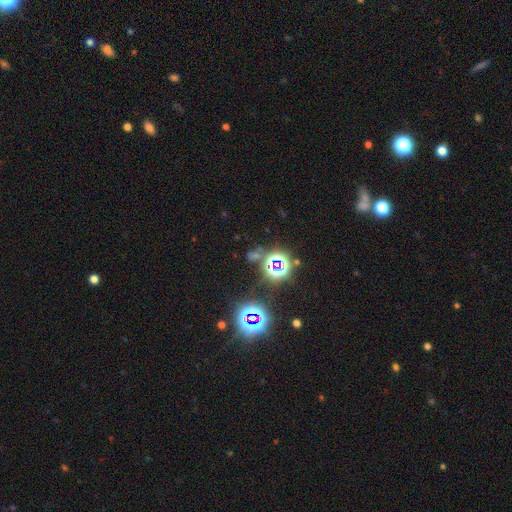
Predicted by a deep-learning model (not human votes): A star or artifact, not a galaxy (76%).